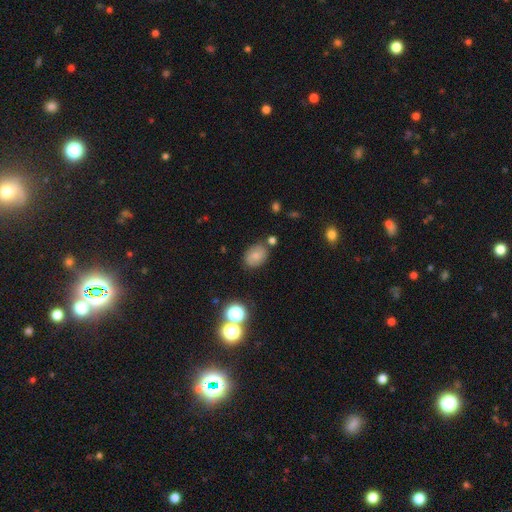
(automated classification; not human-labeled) A smooth galaxy with no disk features (72%) that is in between round and cigar-shaped (67%). Merging: none (77%).